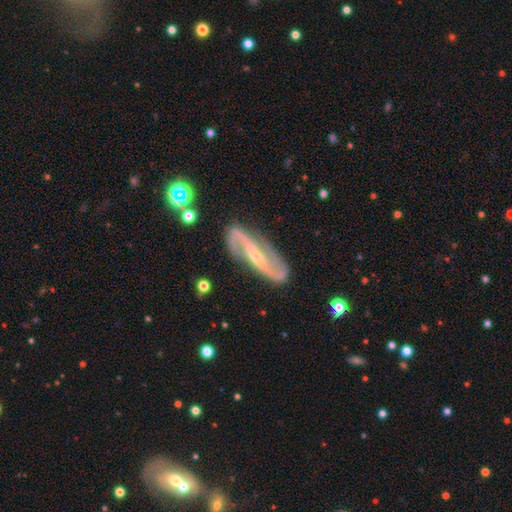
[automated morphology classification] Smooth or featured? Predicted: featured or disk (p=0.90). Edge-on disk? Predicted: no (p=0.93). Bar? Predicted: strong (p=0.47). Spiral arms? Predicted: yes (p=0.97). Spiral winding? Predicted: medium (p=0.43). Spiral arm count? Predicted: 2 (p=0.94). Bulge size? Predicted: small (p=0.67). Merging? Predicted: none (p=0.83).